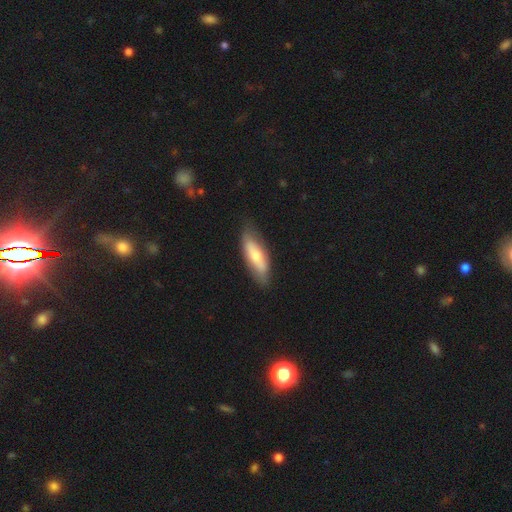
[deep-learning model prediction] This is likely a smooth galaxy (60%). How rounded: likely in between (61%). Merging: likely none (75%).